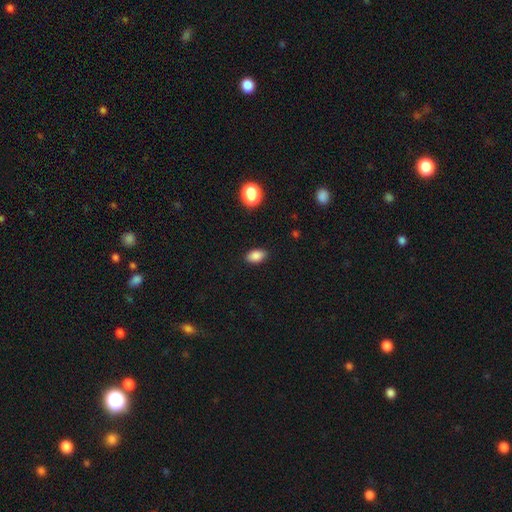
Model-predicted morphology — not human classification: Smooth or featured?
  - smooth: 87% *
  - star or artifact: 9%
  - featured or disk: 4%
How rounded?
  - in between: 89% *
  - round: 9%
  - cigar-shaped: 2%
Merging?
  - none: 87% *
  - minor disturbance: 10%
  - major disturbance: 2%
  - merger: 1%